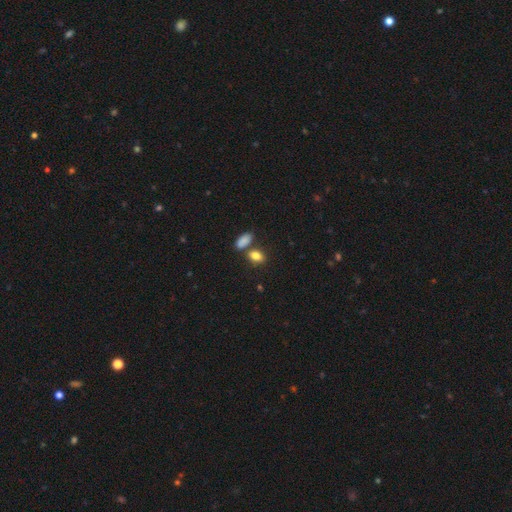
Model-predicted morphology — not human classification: smooth 84%, star or artifact 9%, featured or disk 7%. Down the decision tree: how rounded — in between (82%); merging — none (59%).